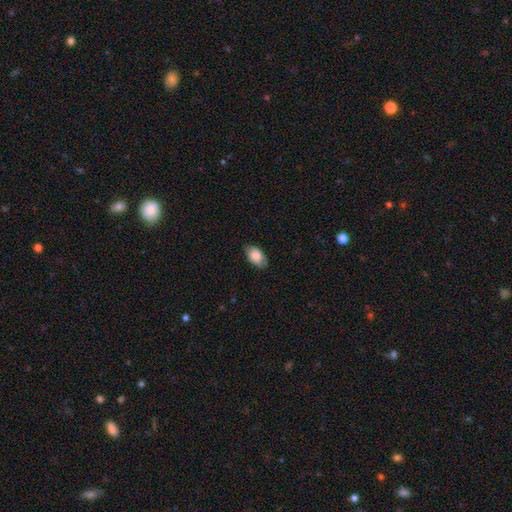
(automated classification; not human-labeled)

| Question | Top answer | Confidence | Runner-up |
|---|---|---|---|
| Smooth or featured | smooth | 80% | featured or disk (13%) |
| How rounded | in between | 93% | round (6%) |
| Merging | none | 80% | minor disturbance (16%) |